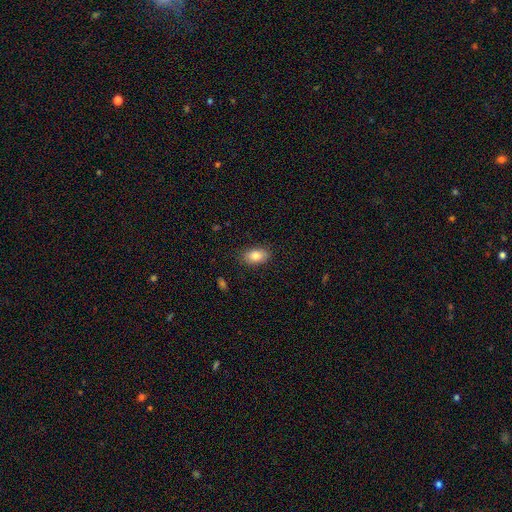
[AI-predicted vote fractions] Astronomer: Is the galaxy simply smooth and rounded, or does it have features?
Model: smooth — 83%.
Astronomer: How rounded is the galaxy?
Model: in between — 90%.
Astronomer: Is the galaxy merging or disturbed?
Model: none — 85%.